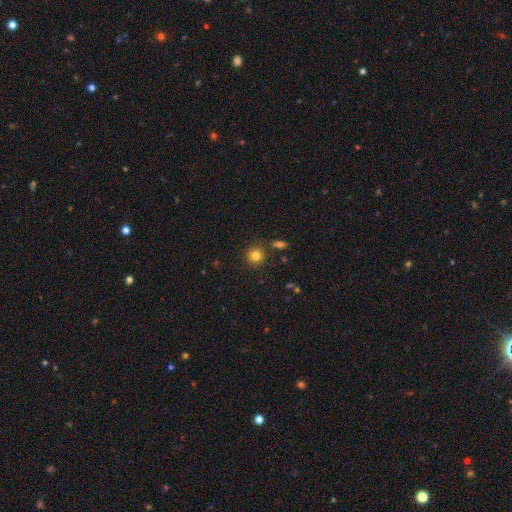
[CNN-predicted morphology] Overall: smooth (82%). How rounded: round (91%). Merging: none (84%).